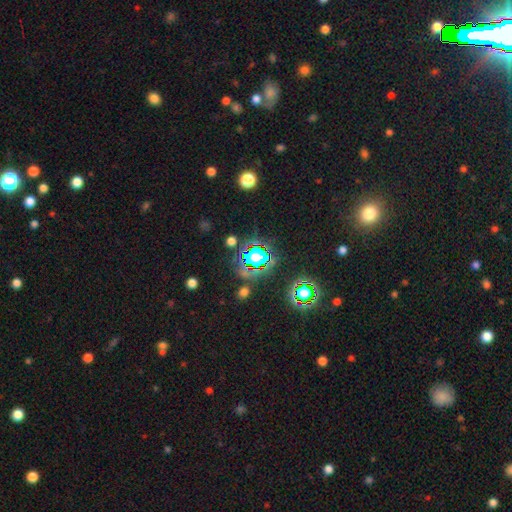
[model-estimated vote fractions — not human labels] Smooth or featured?
  - star or artifact: 79% *
  - smooth: 13%
  - featured or disk: 8%